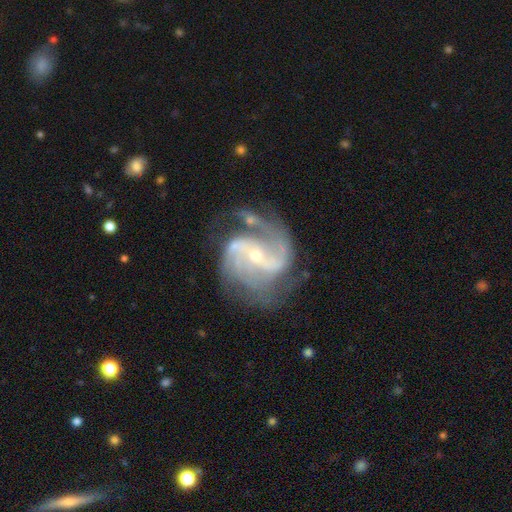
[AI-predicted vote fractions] The model was most divided on "bar": weak: 42%, no: 30%, strong: 28%. More confident: spiral arms — yes (98%); edge-on disk — no (98%); smooth or featured — featured or disk (91%); merging — none (65%); bulge size — small (65%); spiral arm count — 2 (60%); spiral winding — medium (56%).